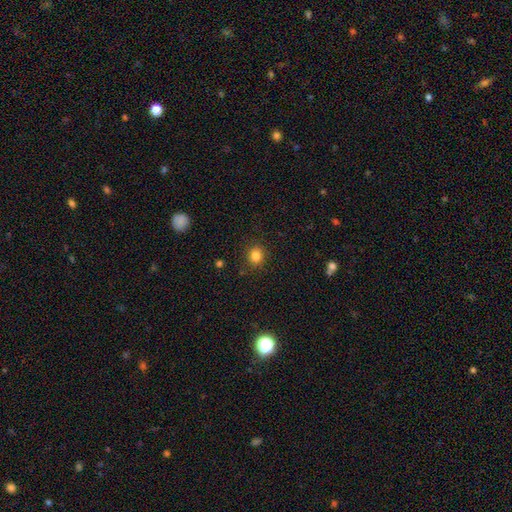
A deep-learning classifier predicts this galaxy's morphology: smooth 83%, star or artifact 12%, featured or disk 5%. Down the decision tree: how rounded — round (77%); merging — none (87%).